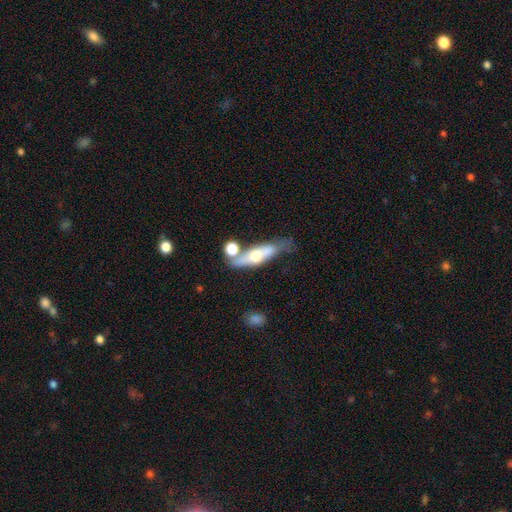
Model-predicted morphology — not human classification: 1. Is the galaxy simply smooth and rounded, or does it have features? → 50% featured or disk, 44% smooth, 6% star or artifact.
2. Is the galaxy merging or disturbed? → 47% none, 24% merger, 20% minor disturbance, 9% major disturbance.